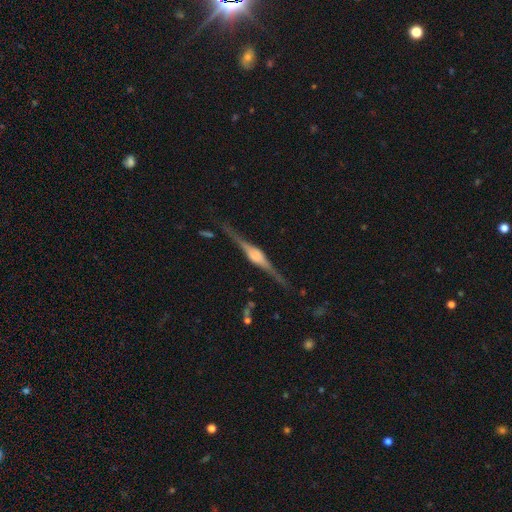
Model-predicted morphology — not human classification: The model was most divided on "edge-on bulge": rounded: 78%, boxy: 19%, none: 3%. More confident: edge-on disk — yes (98%); smooth or featured — featured or disk (87%); merging — none (85%).